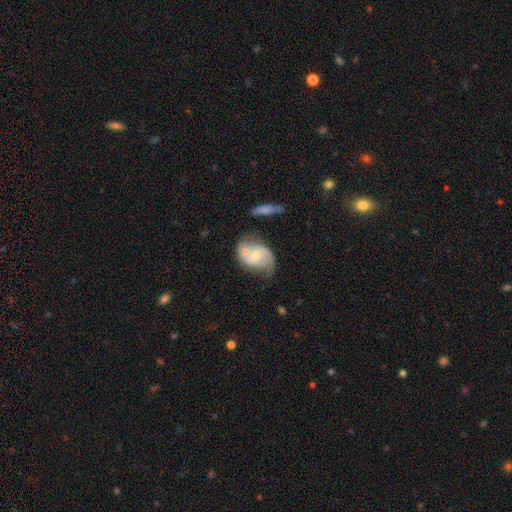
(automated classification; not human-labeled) Smooth or featured? Predicted: featured or disk (p=0.60). Edge-on disk? Predicted: no (p=0.96). Bar? Predicted: no (p=0.64). Spiral arms? Predicted: yes (p=0.77). Bulge size? Predicted: small (p=0.48). Merging? Predicted: merger (p=0.36).